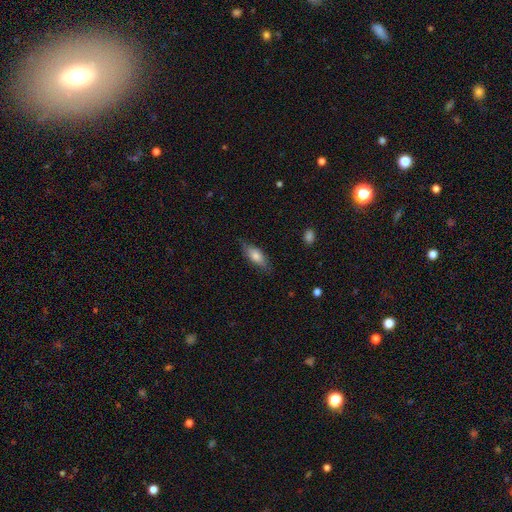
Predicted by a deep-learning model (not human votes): smooth 72%, featured or disk 22%, star or artifact 6%. Down the decision tree: how rounded — in between (70%); merging — none (78%).